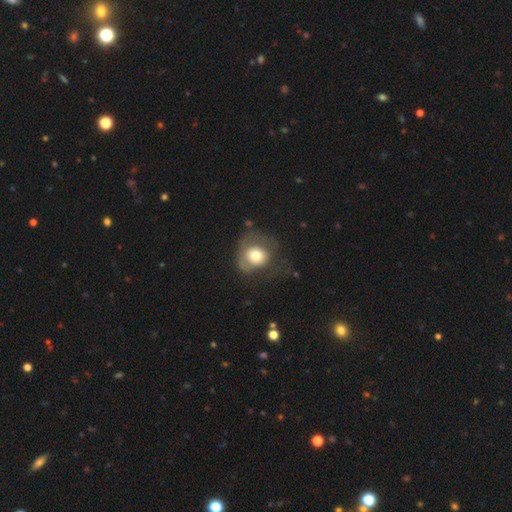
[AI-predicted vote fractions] This appears to be a smooth galaxy with no disk features (63%) that is round (72%). Merging: major disturbance (37%).